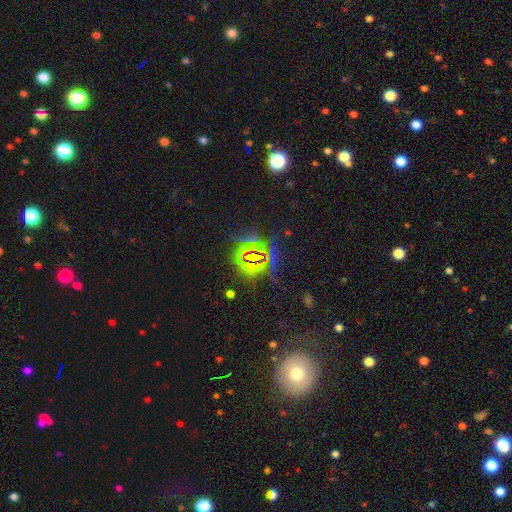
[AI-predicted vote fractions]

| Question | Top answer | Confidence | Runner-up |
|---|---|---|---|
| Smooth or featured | star or artifact | 81% | smooth (10%) |